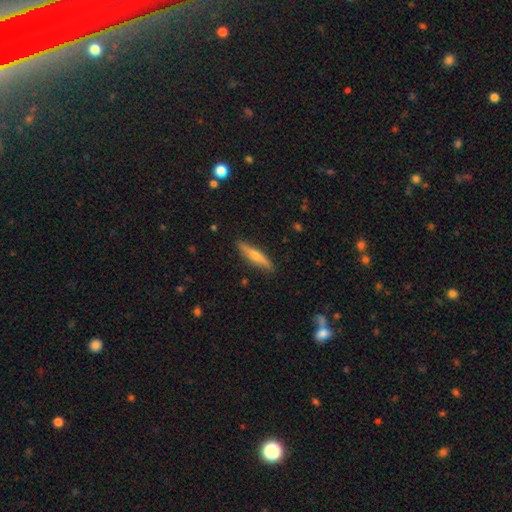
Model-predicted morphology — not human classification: Q: Smooth or featured?
A: featured or disk (48%); runner-up: smooth (46%)
Q: Merging?
A: none (88%); runner-up: minor disturbance (9%)